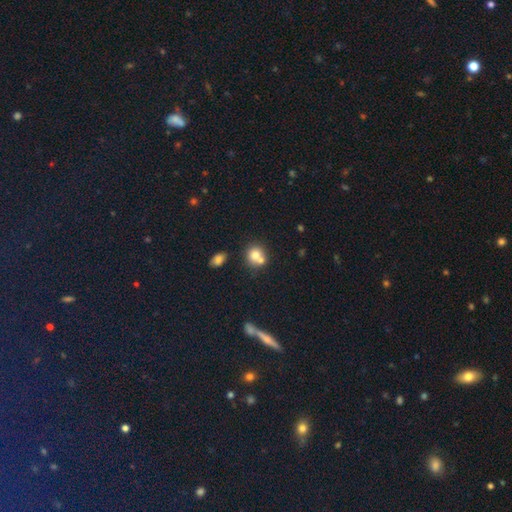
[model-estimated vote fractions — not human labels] This appears to be a smooth galaxy with no disk features (74%) that is round (82%). Merging: merger (45%).